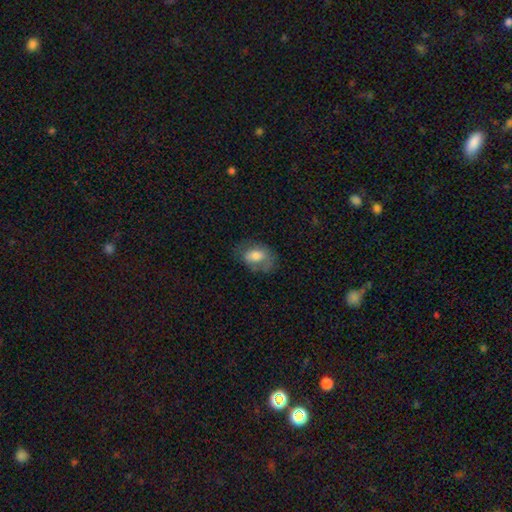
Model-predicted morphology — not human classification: Smooth or featured? Predicted: smooth (p=0.69). How rounded? Predicted: in between (p=0.81). Merging? Predicted: none (p=0.54).